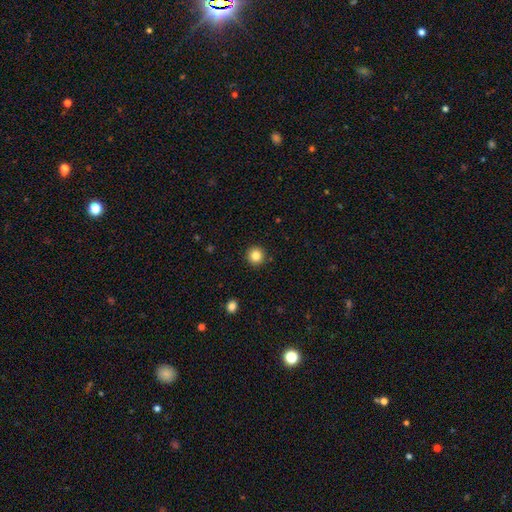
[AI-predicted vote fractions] Morphology: type=smooth (84%); roundness=round (95%); merging=none (92%).